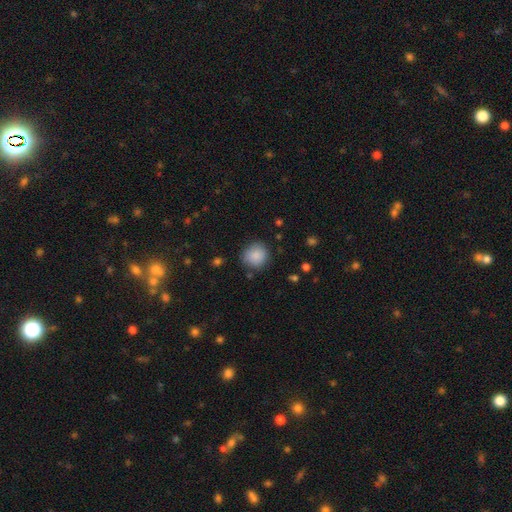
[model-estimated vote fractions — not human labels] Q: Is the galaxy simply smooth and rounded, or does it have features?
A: smooth — 87%.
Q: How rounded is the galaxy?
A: round — 90%.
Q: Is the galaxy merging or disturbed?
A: none — 83%.